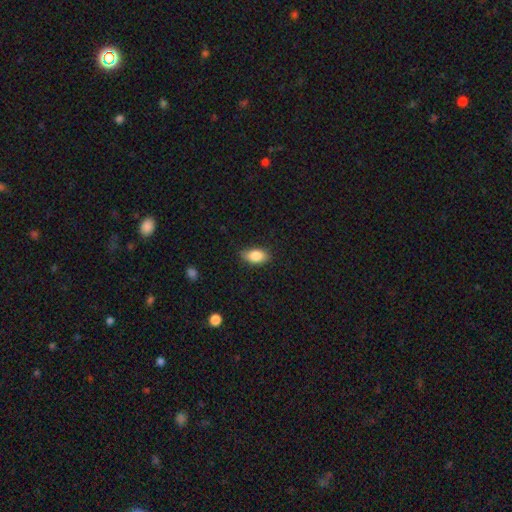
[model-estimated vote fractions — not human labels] Smooth or featured?
  - smooth: 84% *
  - featured or disk: 9%
  - star or artifact: 7%
How rounded?
  - in between: 90% *
  - round: 6%
  - cigar-shaped: 4%
Merging?
  - none: 82% *
  - minor disturbance: 15%
  - major disturbance: 3%
  - merger: 1%